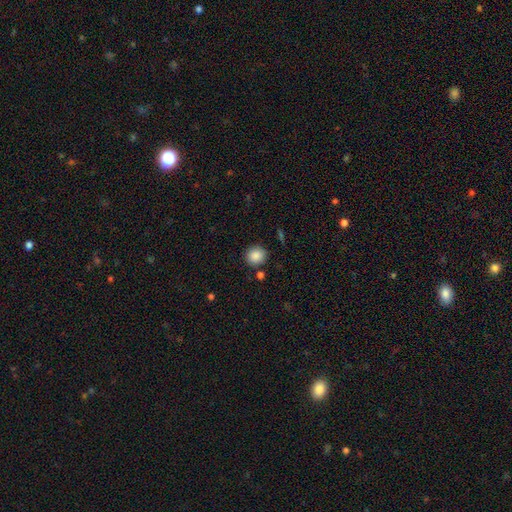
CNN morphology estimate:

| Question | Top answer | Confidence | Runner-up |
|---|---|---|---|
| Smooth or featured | smooth | 88% | star or artifact (9%) |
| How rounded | round | 90% | in between (9%) |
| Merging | none | 86% | minor disturbance (8%) |